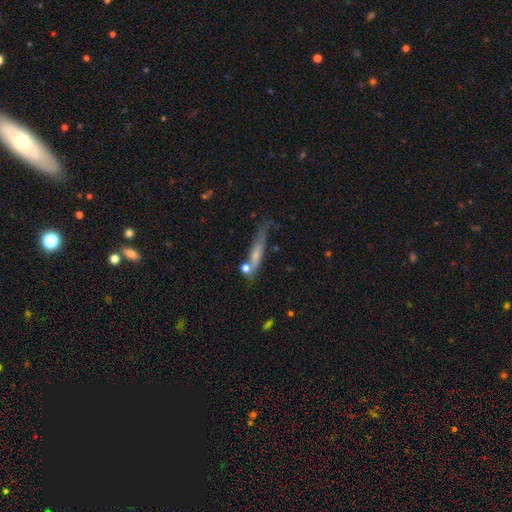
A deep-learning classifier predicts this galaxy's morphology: Smooth or featured? smooth (52%)
How rounded? cigar-shaped (84%)
Merging? none (46%)